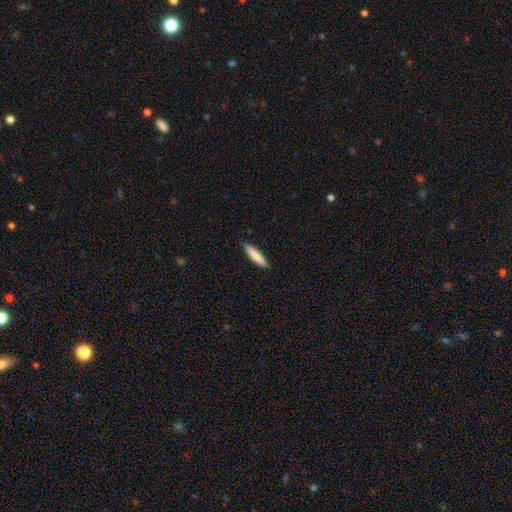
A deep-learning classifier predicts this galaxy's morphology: This is clearly a smooth galaxy (84%). How rounded: clearly cigar-shaped (83%). Merging: clearly none (91%).